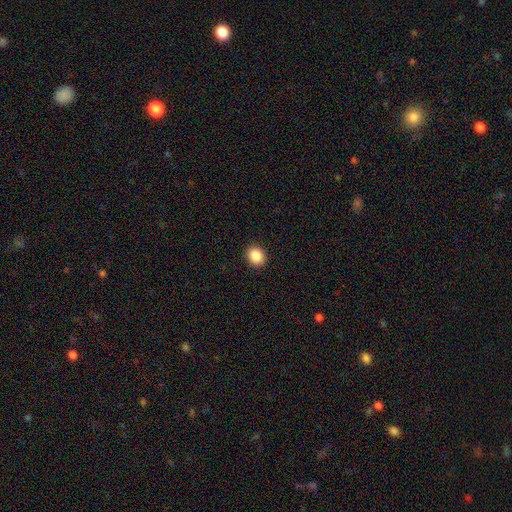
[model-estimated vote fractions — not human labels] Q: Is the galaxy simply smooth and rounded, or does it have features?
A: smooth — 88%.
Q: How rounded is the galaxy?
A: round — 62%.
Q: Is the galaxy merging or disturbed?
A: none — 91%.